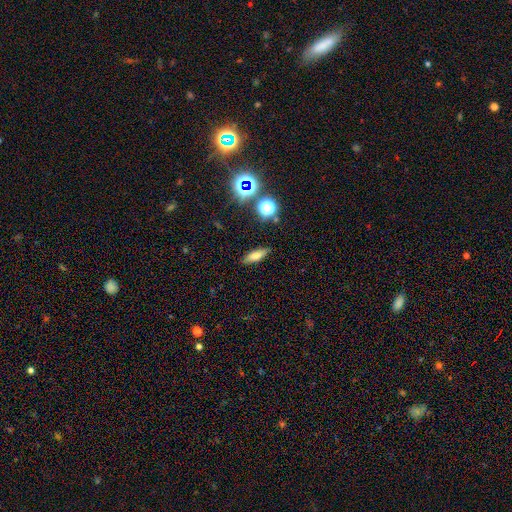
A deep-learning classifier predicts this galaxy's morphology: Q: Smooth or featured?
A: smooth (68%); runner-up: featured or disk (18%)
Q: How rounded?
A: in between (49%); runner-up: cigar-shaped (46%)
Q: Merging?
A: none (86%); runner-up: minor disturbance (10%)